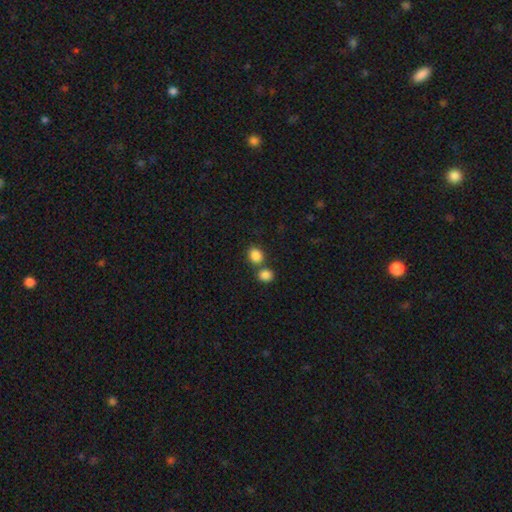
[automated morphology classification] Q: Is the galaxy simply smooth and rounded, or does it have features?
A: smooth — 86%.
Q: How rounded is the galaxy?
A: round — 62%.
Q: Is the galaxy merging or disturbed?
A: none — 57%.